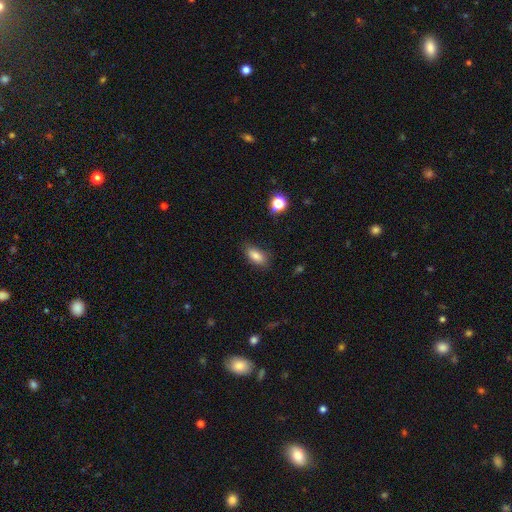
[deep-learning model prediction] A smooth galaxy with no disk features (83%) that is in between round and cigar-shaped (85%). Merging: none (81%).